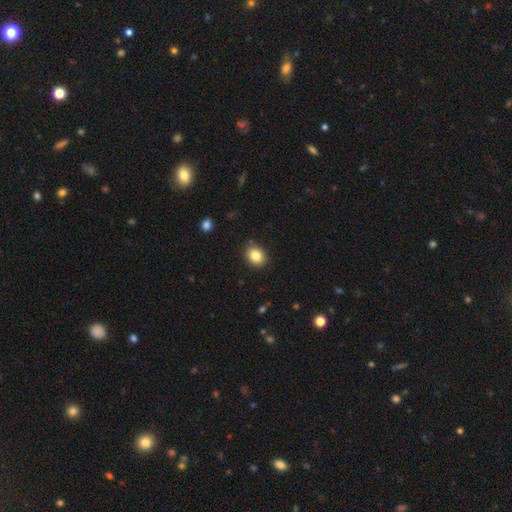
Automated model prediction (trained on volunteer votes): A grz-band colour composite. It shows a smooth galaxy with no disk features (84%) that is round (52%). Merging: none (86%).